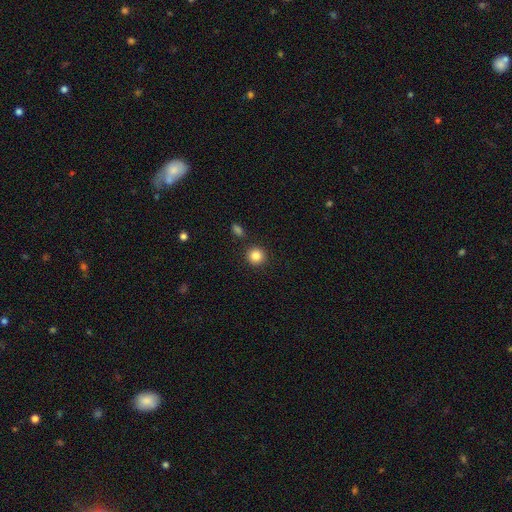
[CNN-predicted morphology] This appears to be a smooth galaxy with no disk features (85%) that is round (93%). Merging: none (88%).